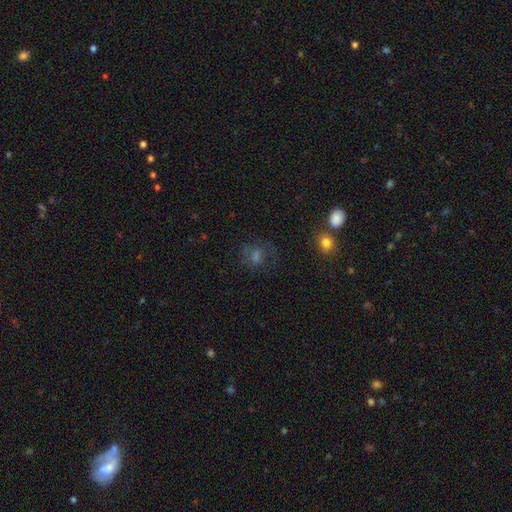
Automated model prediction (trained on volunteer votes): Morphology: type=smooth (48%); merging=none (67%).